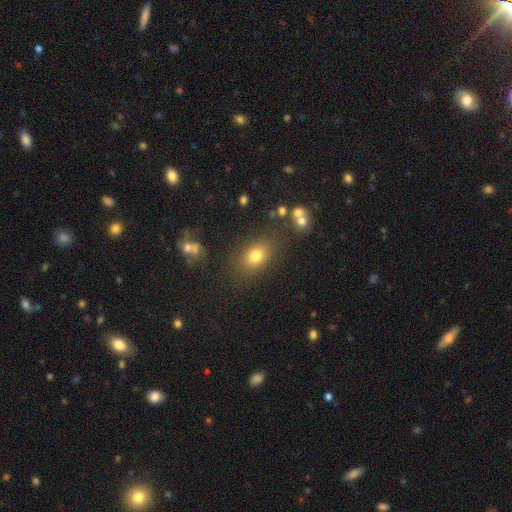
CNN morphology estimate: Smooth or featured? smooth (76%)
How rounded? in between (72%)
Merging? none (77%)